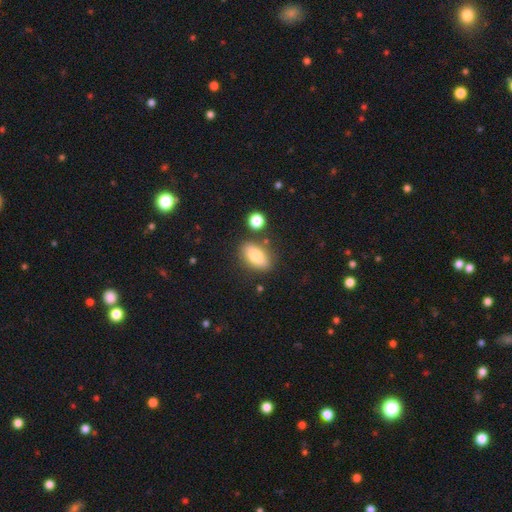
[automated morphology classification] Smooth or featured? smooth (77%)
How rounded? in between (87%)
Merging? none (79%)